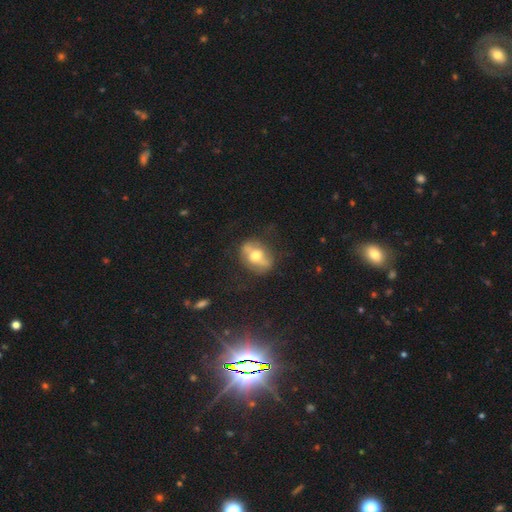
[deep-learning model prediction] Smooth or featured?
  - featured or disk: 53% *
  - smooth: 39%
  - star or artifact: 8%
Edge-on disk?
  - no: 78% *
  - yes: 22%
Merging?
  - none: 74% *
  - minor disturbance: 16%
  - major disturbance: 8%
  - merger: 2%